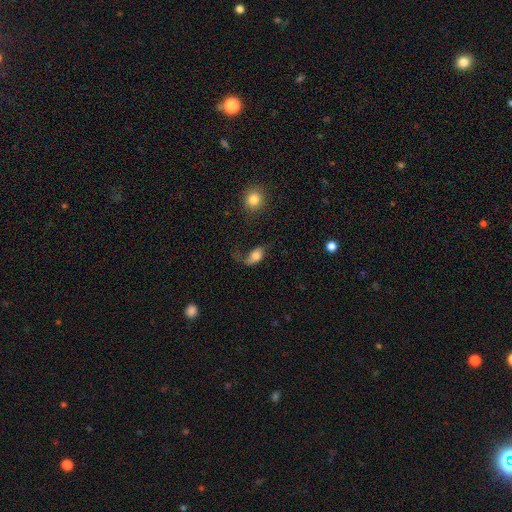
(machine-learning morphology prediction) type=smooth (70%); roundness=in between (86%); merging=none (35%).